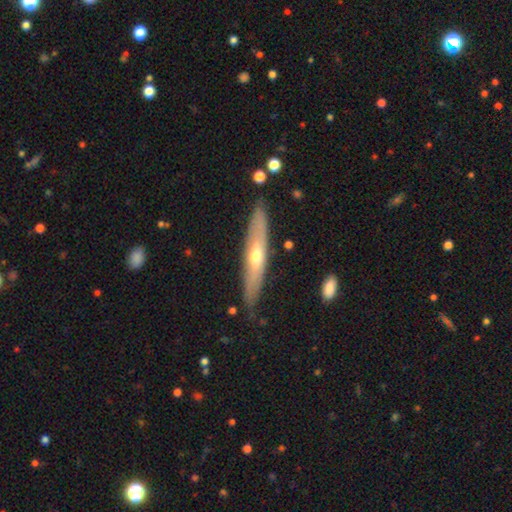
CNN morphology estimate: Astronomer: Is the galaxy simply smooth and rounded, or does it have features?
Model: featured or disk — 61%.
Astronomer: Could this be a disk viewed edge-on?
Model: yes — 81%.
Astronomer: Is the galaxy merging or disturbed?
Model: none — 85%.